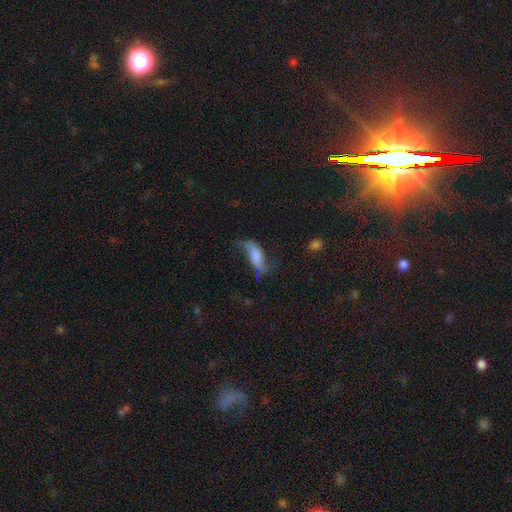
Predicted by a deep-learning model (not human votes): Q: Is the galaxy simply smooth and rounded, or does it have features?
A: featured or disk — 57%.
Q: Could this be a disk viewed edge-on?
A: no — 86%.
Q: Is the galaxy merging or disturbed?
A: none — 55%.